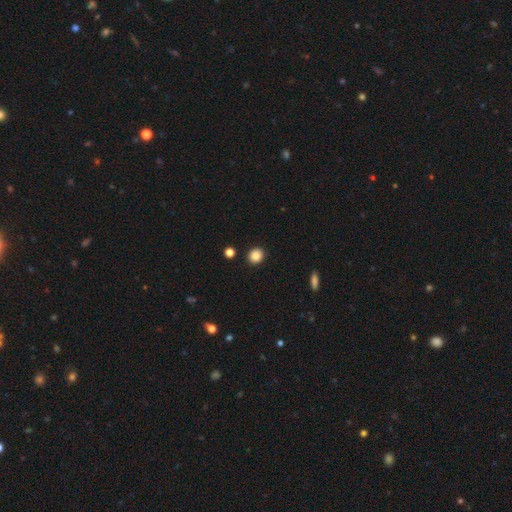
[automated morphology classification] This is clearly a smooth galaxy (87%). How rounded: likely round (79%). Merging: clearly none (90%).